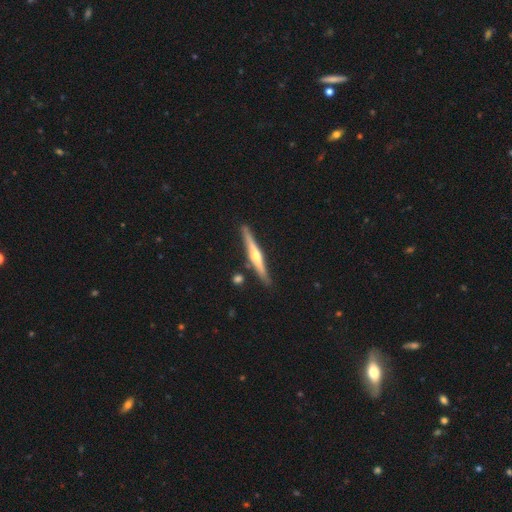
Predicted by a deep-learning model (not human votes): Smooth or featured? featured or disk (72%)
Edge-on disk? yes (98%)
Edge-on bulge? rounded (88%)
Merging? none (86%)